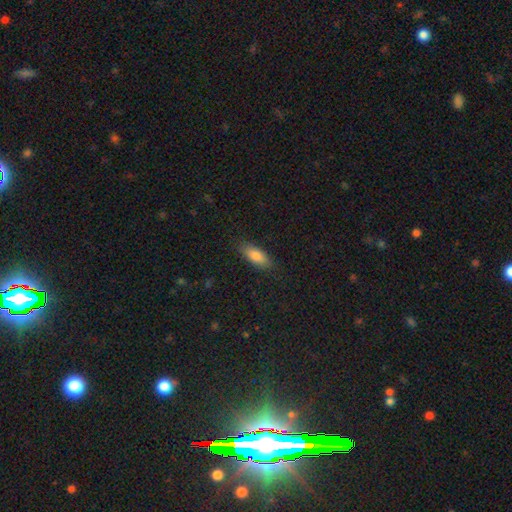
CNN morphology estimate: smooth 82%, featured or disk 11%, star or artifact 7%. Down the decision tree: how rounded — in between (75%); merging — none (85%).